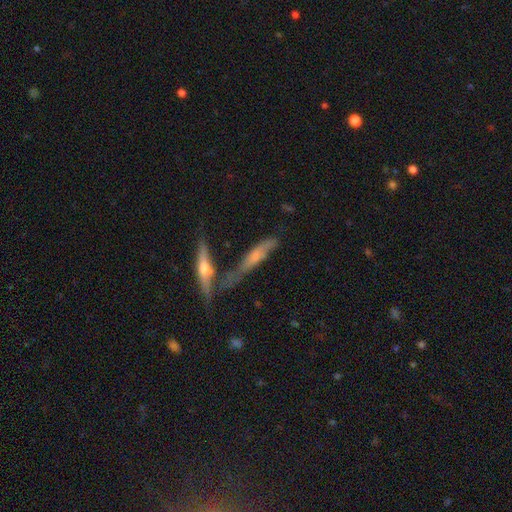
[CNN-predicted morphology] Q: Smooth or featured?
A: featured or disk (51%); runner-up: smooth (41%)
Q: Edge-on disk?
A: yes (77%); runner-up: no (23%)
Q: Merging?
A: none (41%); runner-up: merger (32%)